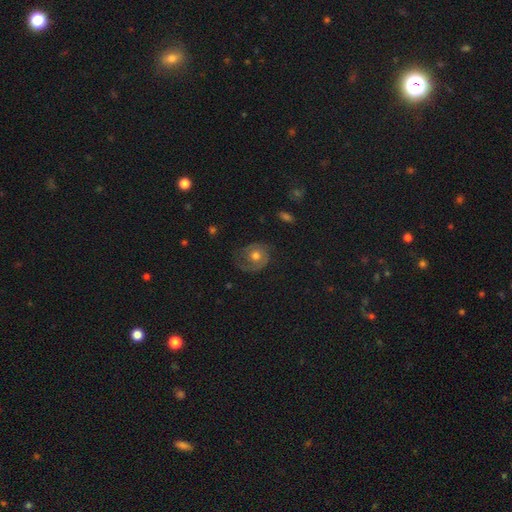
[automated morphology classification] Smooth or featured? Predicted: featured or disk (p=0.59). Edge-on disk? Predicted: no (p=0.97). Bar? Predicted: no (p=0.81). Spiral arms? Predicted: yes (p=0.80). Bulge size? Predicted: moderate (p=0.73). Merging? Predicted: none (p=0.62).